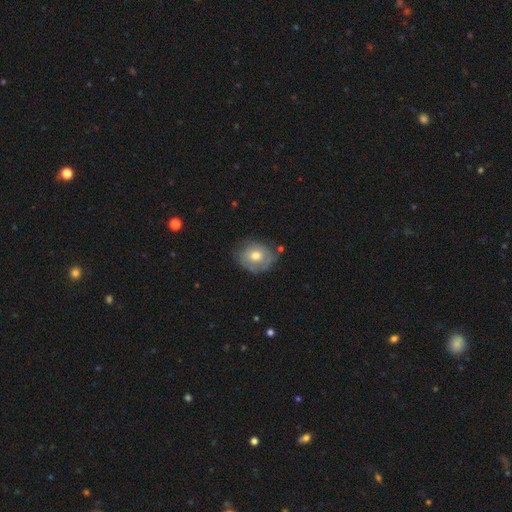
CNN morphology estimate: A smooth galaxy with no disk features (51%) that is round (60%). Merging: none (65%).